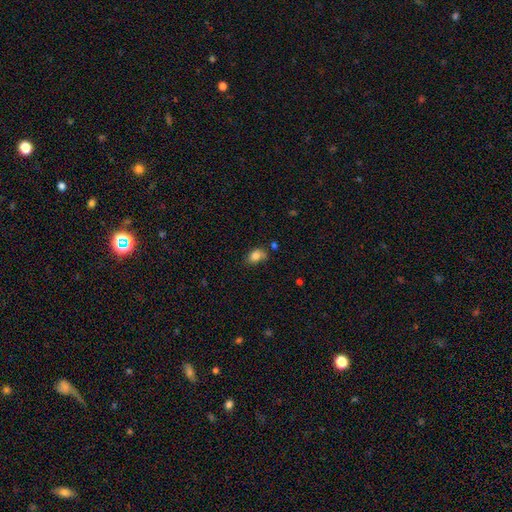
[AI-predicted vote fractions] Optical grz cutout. It shows a smooth galaxy with no disk features (82%) that is in between round and cigar-shaped (74%). Merging: none (61%).